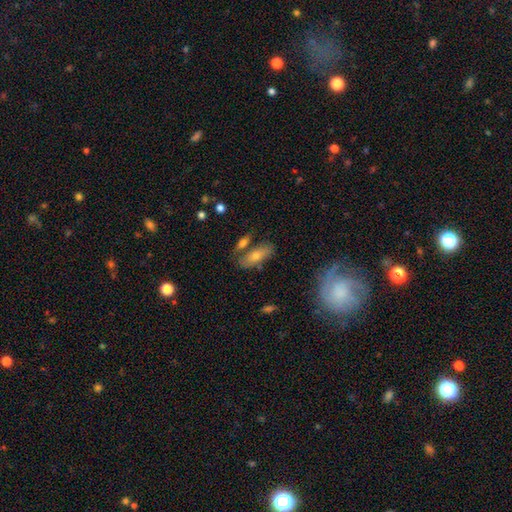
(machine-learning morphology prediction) Smooth or featured? Predicted: smooth (p=0.57). How rounded? Predicted: in between (p=0.72). Merging? Predicted: none (p=0.64).